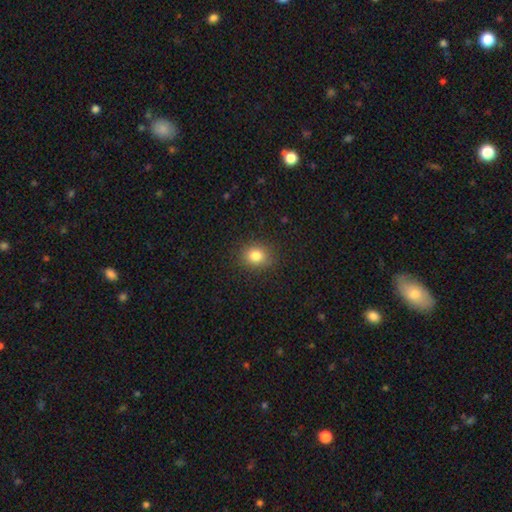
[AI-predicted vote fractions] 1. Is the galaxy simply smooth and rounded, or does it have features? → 82% smooth, 11% star or artifact, 6% featured or disk.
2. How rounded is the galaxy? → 67% round, 32% in between, 1% cigar-shaped.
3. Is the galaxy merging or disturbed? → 87% none, 9% minor disturbance, 3% major disturbance, 1% merger.